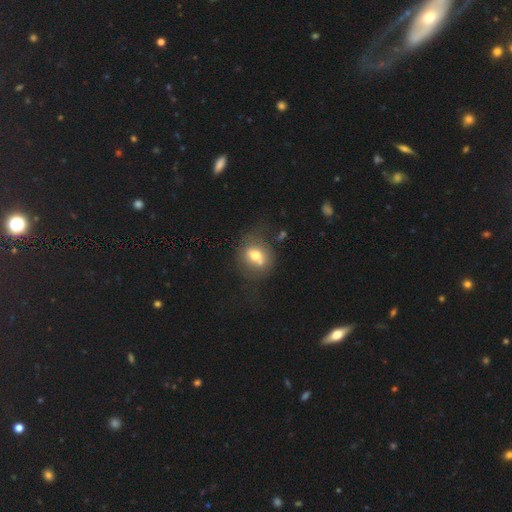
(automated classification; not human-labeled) This appears to be a smooth galaxy with no disk features (65%) that is round (63%). Merging: none (47%).